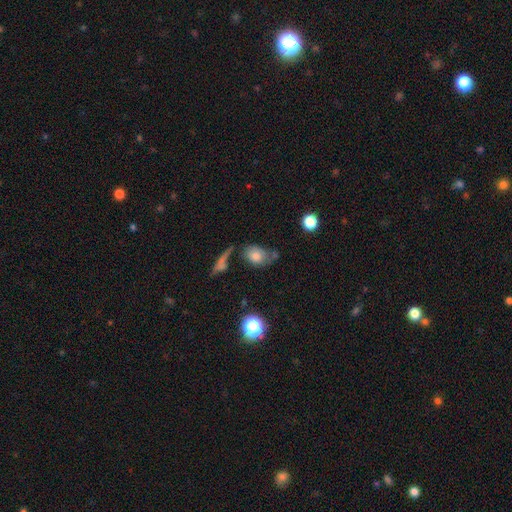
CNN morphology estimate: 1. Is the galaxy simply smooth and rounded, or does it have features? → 68% smooth, 22% featured or disk, 11% star or artifact.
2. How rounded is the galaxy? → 75% in between, 22% round, 3% cigar-shaped.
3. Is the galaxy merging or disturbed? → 43% none, 25% minor disturbance, 16% merger, 16% major disturbance.